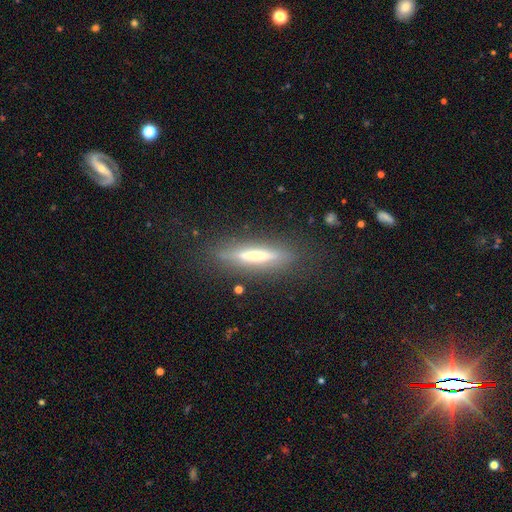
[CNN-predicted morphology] Q: Smooth or featured?
A: featured or disk (52%); runner-up: smooth (39%)
Q: Edge-on disk?
A: yes (88%); runner-up: no (12%)
Q: Merging?
A: none (82%); runner-up: minor disturbance (12%)